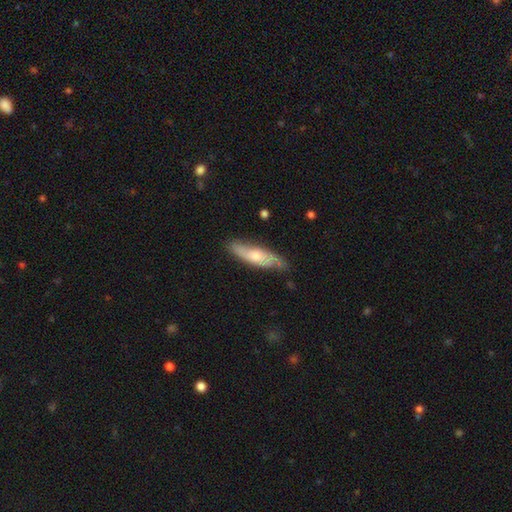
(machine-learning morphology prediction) smooth_or_featured: featured or disk (p=0.52) [alt: smooth p=0.42]
disk_edge_on: no (p=0.55) [alt: yes p=0.45]
merging: none (p=0.74) [alt: minor disturbance p=0.21]